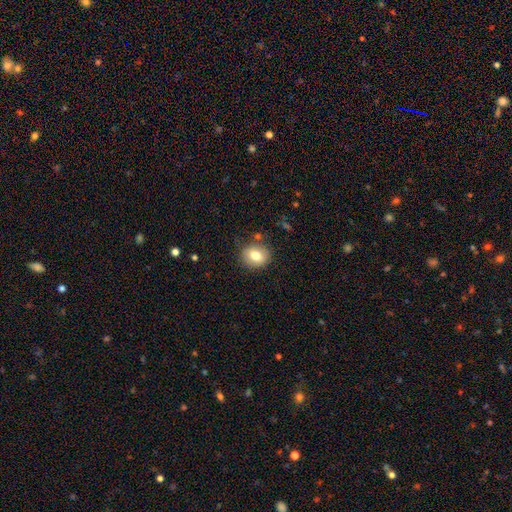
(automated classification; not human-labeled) smooth 78%, featured or disk 12%, star or artifact 10%. Down the decision tree: how rounded — round (74%); merging — none (82%).